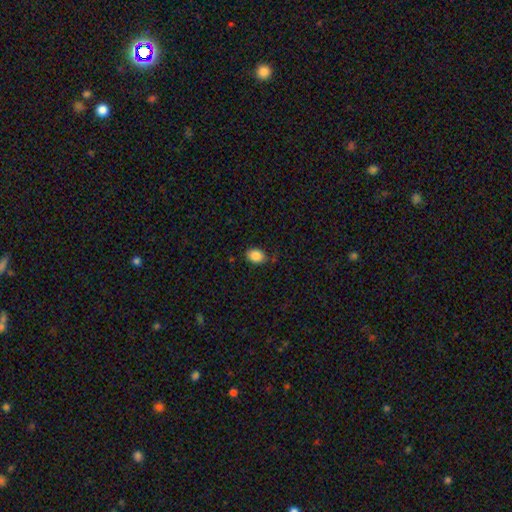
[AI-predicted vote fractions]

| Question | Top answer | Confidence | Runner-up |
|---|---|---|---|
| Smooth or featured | smooth | 86% | star or artifact (9%) |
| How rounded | in between | 66% | round (33%) |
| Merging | none | 81% | minor disturbance (13%) |